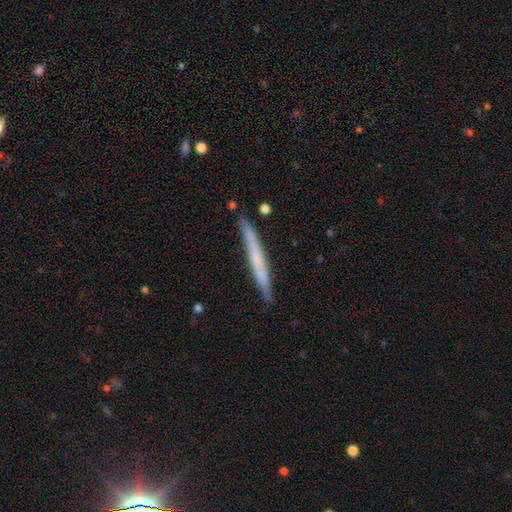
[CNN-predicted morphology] Overall: smooth (51%; featured or disk 43%). How rounded: cigar-shaped (97%). Merging: none (85%).